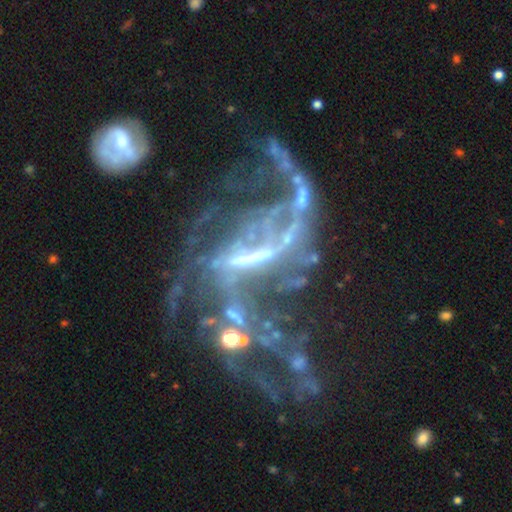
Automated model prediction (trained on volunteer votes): The model was most divided on "spiral arm count": 2: 31%, can't tell: 28%, 3: 14%, 1: 10%, 4: 9%, more than 4: 7%. Remaining: edge-on disk — no (96%); smooth or featured — featured or disk (80%); spiral arms — yes (73%); spiral winding — loose (58%); bar — strong (50%); merging — major disturbance (45%); bulge size — none (39%).